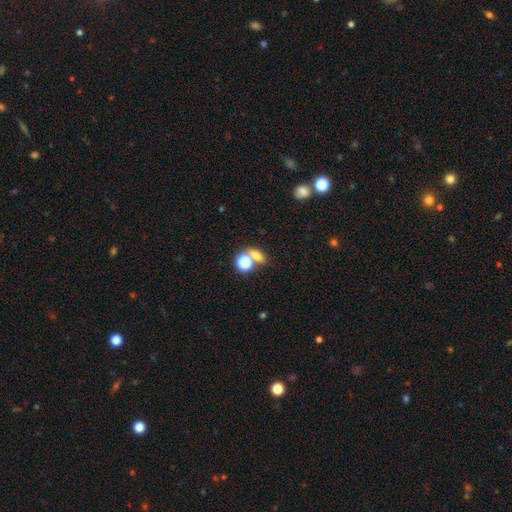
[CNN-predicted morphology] Smooth or featured? smooth (66%)
How rounded? in between (54%)
Merging? none (52%)